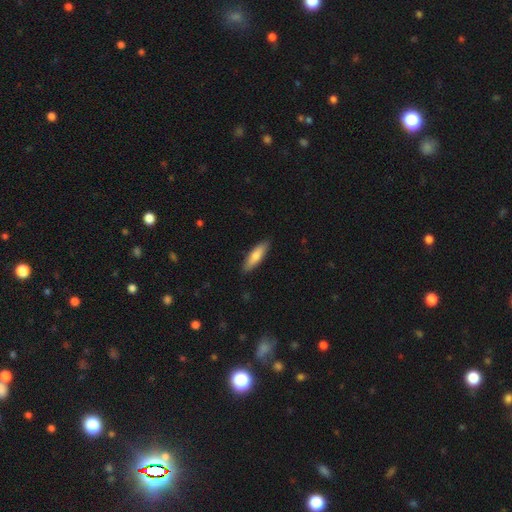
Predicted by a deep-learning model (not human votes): Smooth or featured? Predicted: smooth (p=0.79). How rounded? Predicted: cigar-shaped (p=0.60). Merging? Predicted: none (p=0.88).